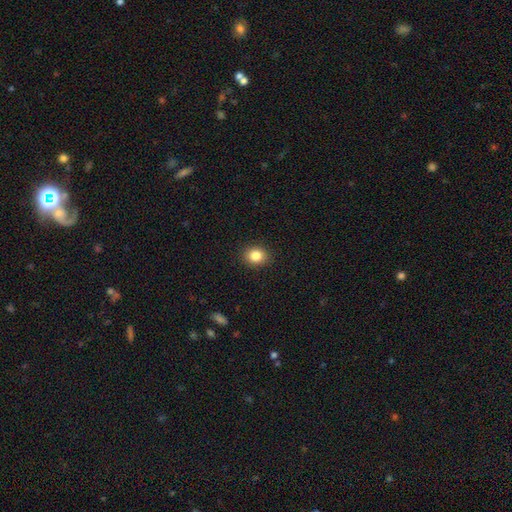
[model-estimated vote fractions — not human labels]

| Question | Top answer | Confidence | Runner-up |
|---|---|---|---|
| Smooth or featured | smooth | 84% | star or artifact (10%) |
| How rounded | round | 64% | in between (35%) |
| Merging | none | 90% | minor disturbance (7%) |